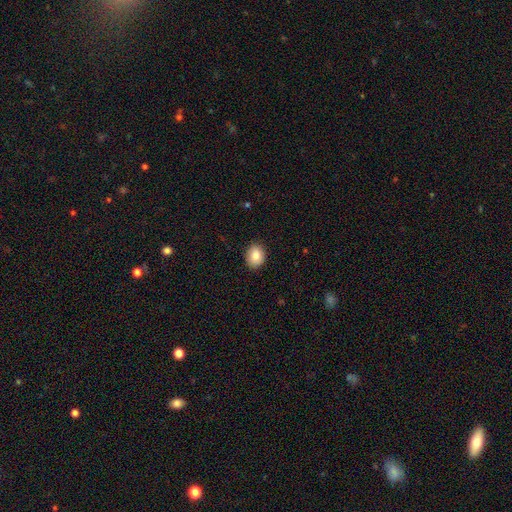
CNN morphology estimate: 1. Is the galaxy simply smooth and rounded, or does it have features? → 86% smooth, 8% star or artifact, 6% featured or disk.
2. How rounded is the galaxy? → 55% in between, 44% round, 1% cigar-shaped.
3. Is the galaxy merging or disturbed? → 89% none, 8% minor disturbance, 2% major disturbance, 1% merger.